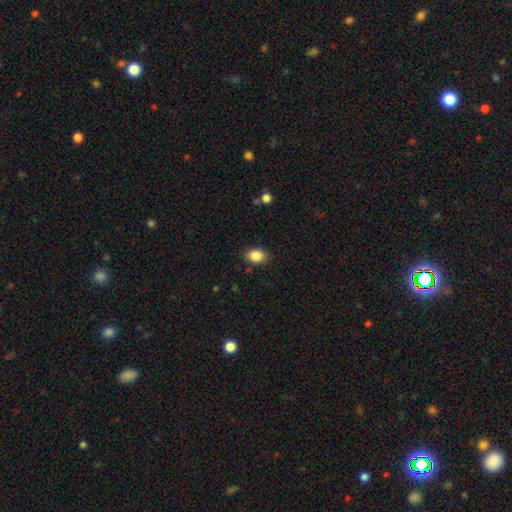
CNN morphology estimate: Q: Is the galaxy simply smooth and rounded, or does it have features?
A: smooth — 86%.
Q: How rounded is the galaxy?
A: in between — 66%.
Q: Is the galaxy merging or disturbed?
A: none — 85%.